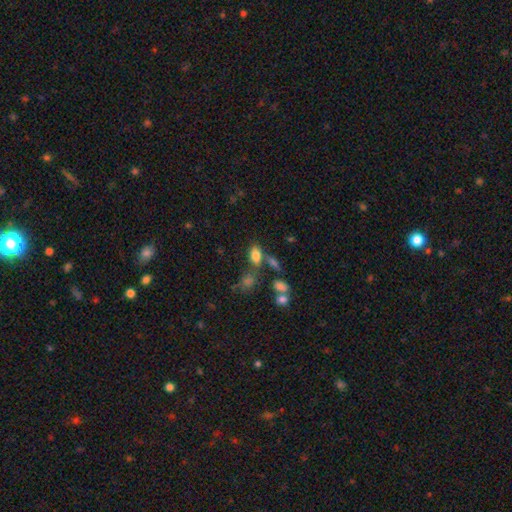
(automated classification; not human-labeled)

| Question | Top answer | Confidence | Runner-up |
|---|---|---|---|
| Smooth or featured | smooth | 77% | star or artifact (11%) |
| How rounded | in between | 87% | round (8%) |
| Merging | none | 58% | merger (21%) |